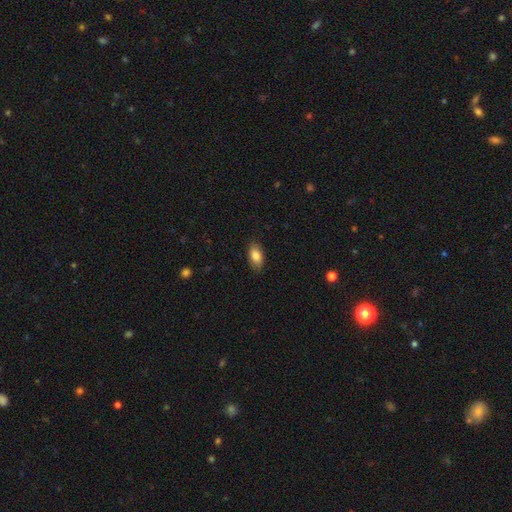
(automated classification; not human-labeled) A smooth galaxy with no disk features (83%) that is in between round and cigar-shaped (91%).

Vote fractions:
- Smooth or featured? smooth: 83% / featured or disk: 10% / star or artifact: 7%
- How rounded? in between: 91% / cigar-shaped: 5% / round: 4%
- Merging? none: 84% / minor disturbance: 12% / major disturbance: 2% / merger: 1%